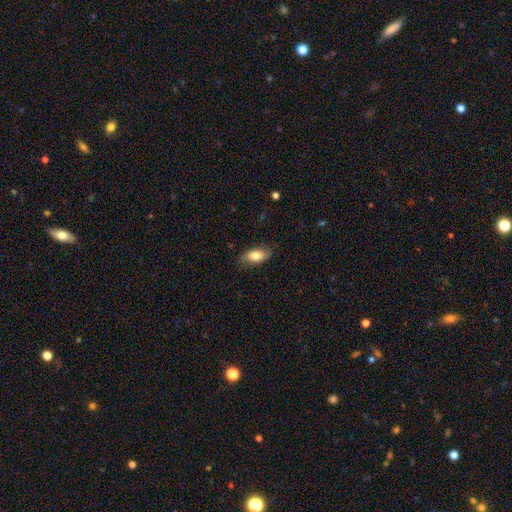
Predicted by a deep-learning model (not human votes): Smooth or featured?
  - smooth: 78% *
  - featured or disk: 16%
  - star or artifact: 7%
How rounded?
  - in between: 90% *
  - cigar-shaped: 5%
  - round: 5%
Merging?
  - none: 80% *
  - minor disturbance: 16%
  - major disturbance: 4%
  - merger: 1%